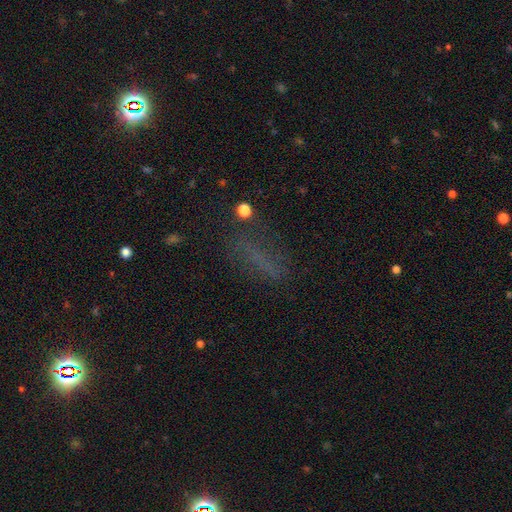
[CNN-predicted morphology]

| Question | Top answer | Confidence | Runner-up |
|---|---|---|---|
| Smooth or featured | smooth | 49% | star or artifact (30%) |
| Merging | none | 64% | minor disturbance (18%) |